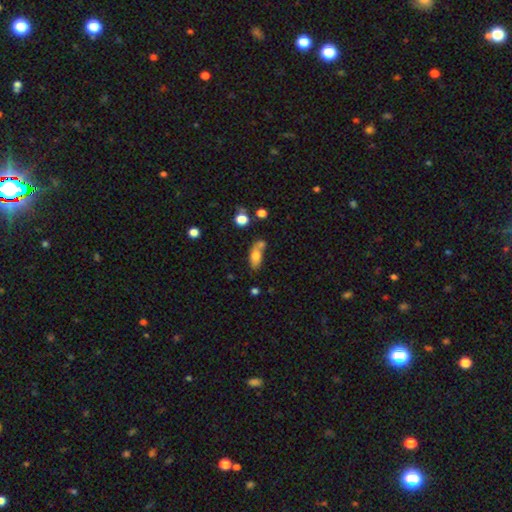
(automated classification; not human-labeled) A smooth galaxy with no disk features (75%) that is in between round and cigar-shaped (82%).

Vote fractions:
- Smooth or featured? smooth: 75% / featured or disk: 15% / star or artifact: 9%
- How rounded? in between: 82% / cigar-shaped: 12% / round: 6%
- Merging? none: 45% / merger: 32% / minor disturbance: 16% / major disturbance: 6%